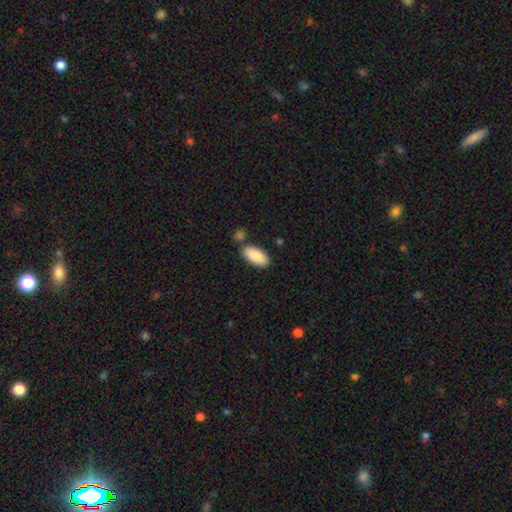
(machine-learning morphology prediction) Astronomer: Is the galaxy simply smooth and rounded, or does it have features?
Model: smooth — 86%.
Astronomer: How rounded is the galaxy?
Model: in between — 91%.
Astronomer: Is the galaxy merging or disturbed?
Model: none — 76%.